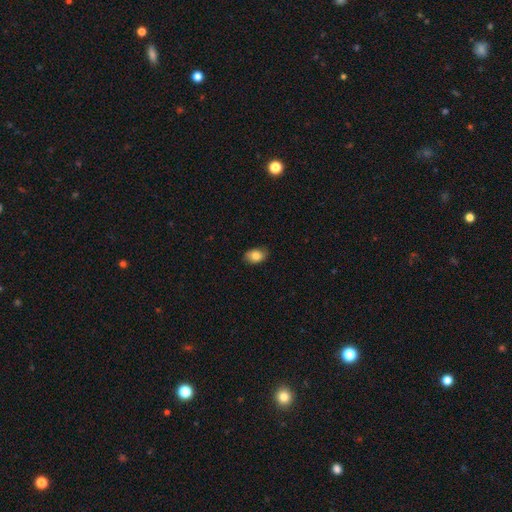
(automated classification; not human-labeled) Q: Smooth or featured?
A: smooth (84%); runner-up: star or artifact (8%)
Q: How rounded?
A: in between (82%); runner-up: round (16%)
Q: Merging?
A: none (82%); runner-up: minor disturbance (14%)